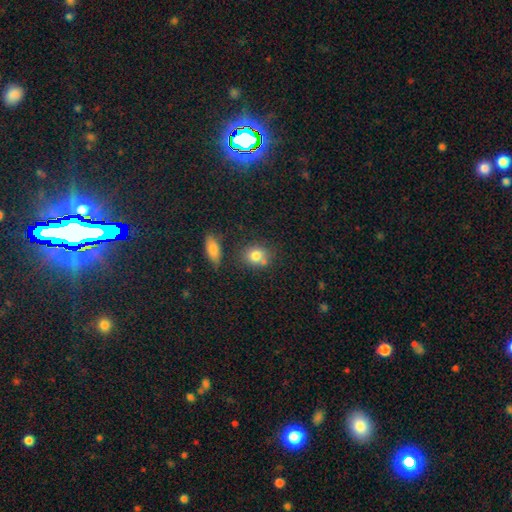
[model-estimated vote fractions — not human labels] Q: Smooth or featured?
A: smooth (80%); runner-up: star or artifact (10%)
Q: How rounded?
A: round (62%); runner-up: in between (37%)
Q: Merging?
A: none (66%); runner-up: merger (15%)